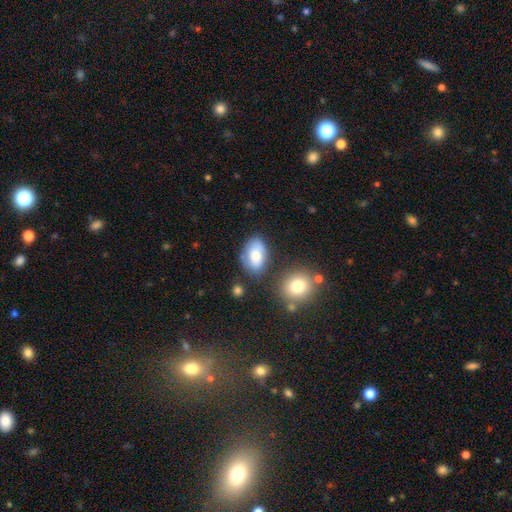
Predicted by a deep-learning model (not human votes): This appears to be a smooth galaxy with no disk features (74%) that is in between round and cigar-shaped (89%). Merging: none (64%).